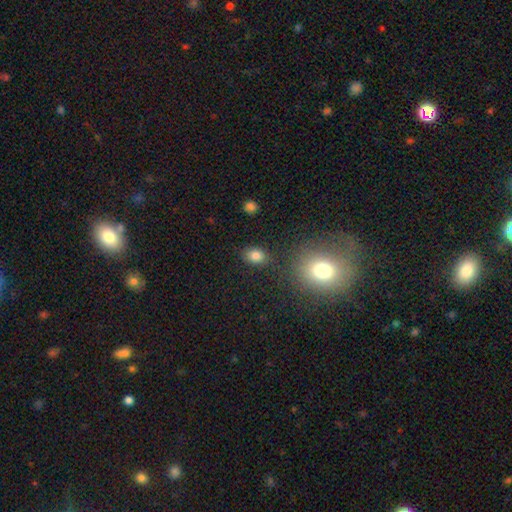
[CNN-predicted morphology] Overall: smooth (83%). How rounded: in between (69%; round 30%). Merging: none (82%).